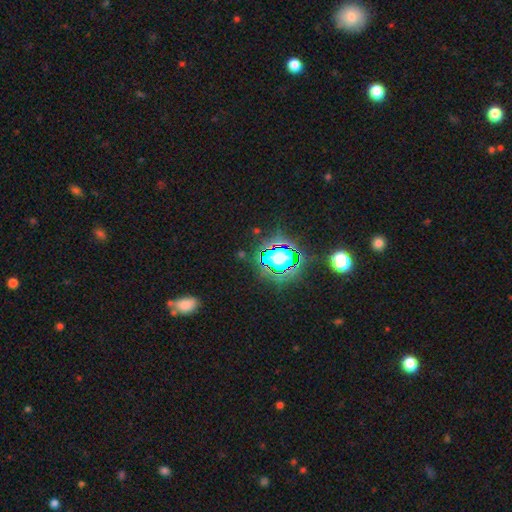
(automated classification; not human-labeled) A star or artifact, not a galaxy (74%).